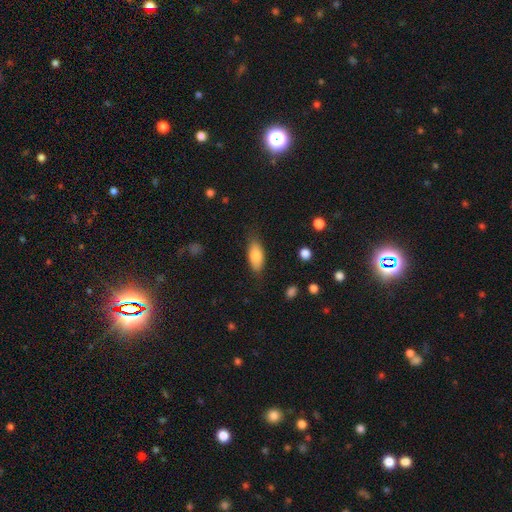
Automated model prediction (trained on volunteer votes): Q: Smooth or featured?
A: smooth (80%); runner-up: featured or disk (13%)
Q: How rounded?
A: in between (84%); runner-up: cigar-shaped (13%)
Q: Merging?
A: none (77%); runner-up: minor disturbance (18%)